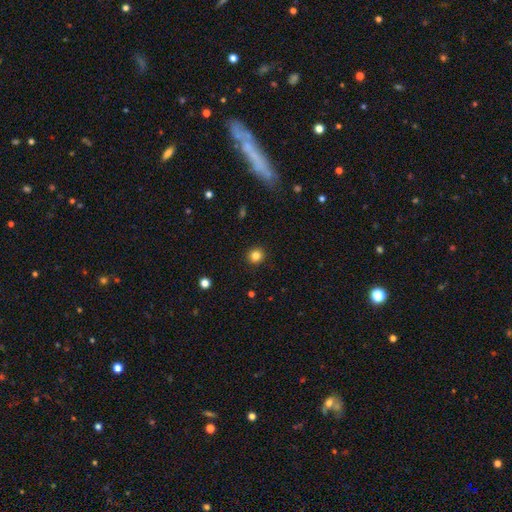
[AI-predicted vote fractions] Overall: smooth (83%). How rounded: round (92%). Merging: none (92%).